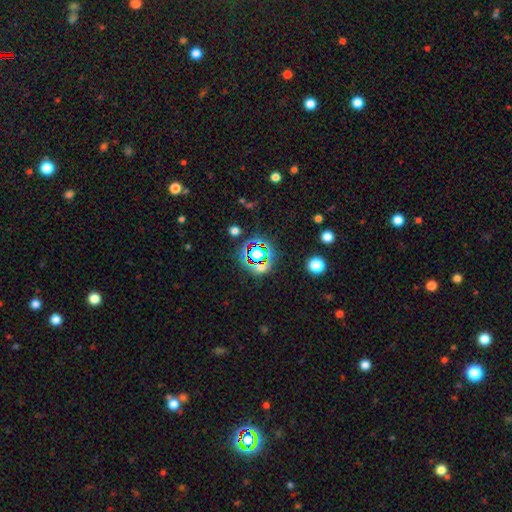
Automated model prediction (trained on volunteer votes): A star or artifact, not a galaxy (63%).